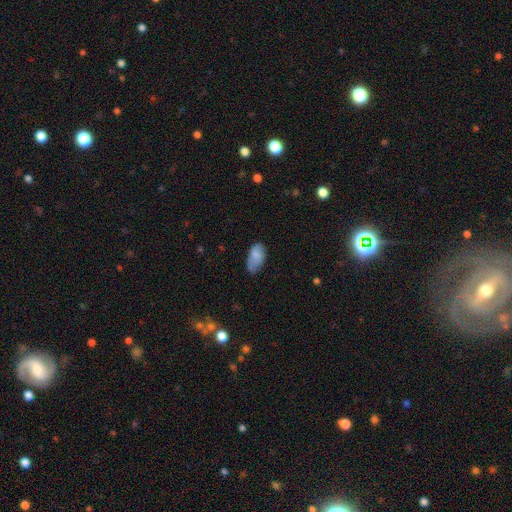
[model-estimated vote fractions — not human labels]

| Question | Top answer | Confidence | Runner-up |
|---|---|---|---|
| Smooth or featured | smooth | 81% | featured or disk (11%) |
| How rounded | in between | 94% | round (3%) |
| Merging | none | 57% | minor disturbance (33%) |